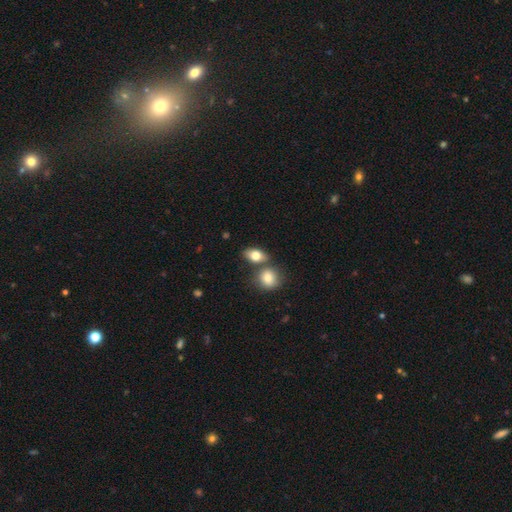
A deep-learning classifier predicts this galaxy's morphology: Q: Smooth or featured?
A: smooth (79%); runner-up: featured or disk (13%)
Q: How rounded?
A: in between (76%); runner-up: round (21%)
Q: Merging?
A: none (54%); runner-up: merger (30%)